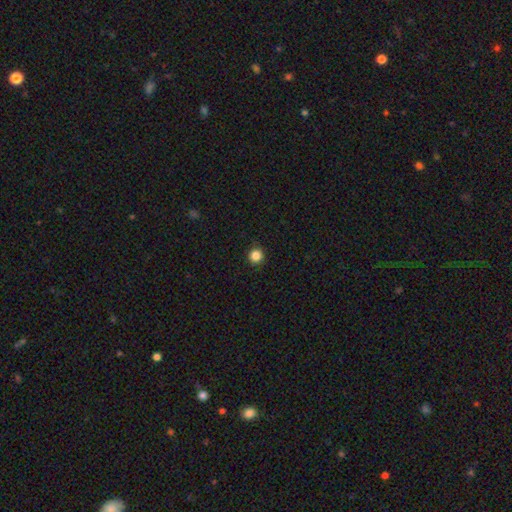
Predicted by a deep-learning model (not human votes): A smooth galaxy with no disk features (86%) that is round (95%).

Vote fractions:
- Smooth or featured? smooth: 86% / star or artifact: 11% / featured or disk: 3%
- How rounded? round: 95% / in between: 4% / cigar-shaped: 1%
- Merging? none: 92% / minor disturbance: 6% / major disturbance: 2% / merger: 1%